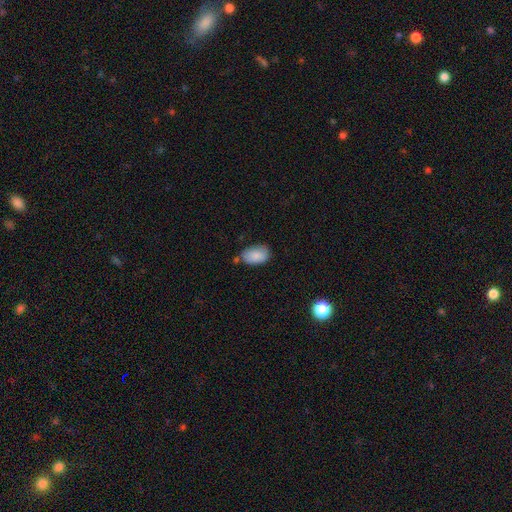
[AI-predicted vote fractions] A smooth galaxy with no disk features (87%) that is in between round and cigar-shaped (92%).

Vote fractions:
- Smooth or featured? smooth: 87% / star or artifact: 7% / featured or disk: 6%
- How rounded? in between: 92% / round: 7% / cigar-shaped: 1%
- Merging? none: 63% / minor disturbance: 25% / merger: 6% / major disturbance: 5%